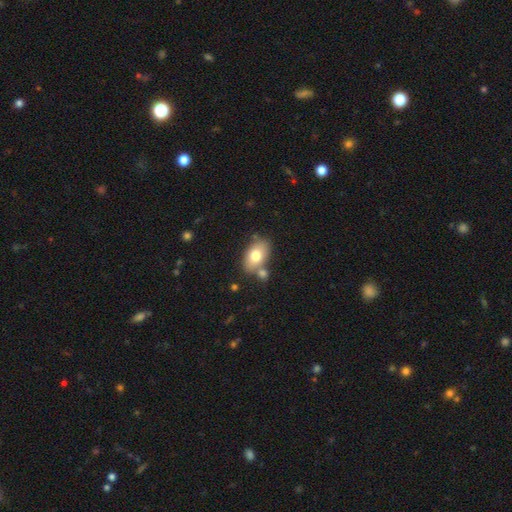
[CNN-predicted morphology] Q: Smooth or featured?
A: smooth (74%); runner-up: featured or disk (18%)
Q: How rounded?
A: in between (89%); runner-up: round (9%)
Q: Merging?
A: none (65%); runner-up: merger (18%)